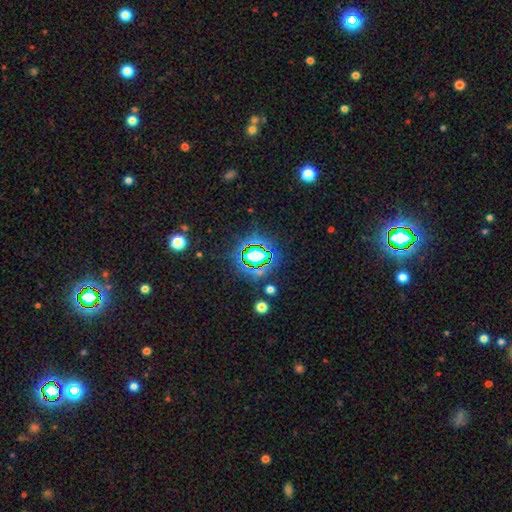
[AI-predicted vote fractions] Morphology: type=star or artifact (65%).